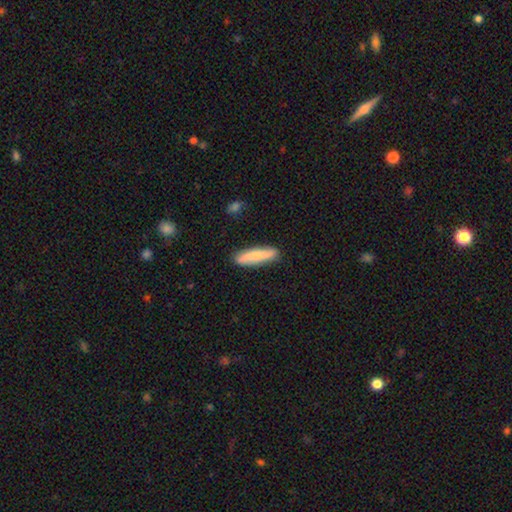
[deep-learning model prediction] smooth-or-featured: smooth: 69% | featured or disk: 25% | star or artifact: 5%
  how-rounded: cigar-shaped: 81% | in between: 18% | round: 2%
  merging: none: 86% | minor disturbance: 10% | major disturbance: 2% | merger: 1%